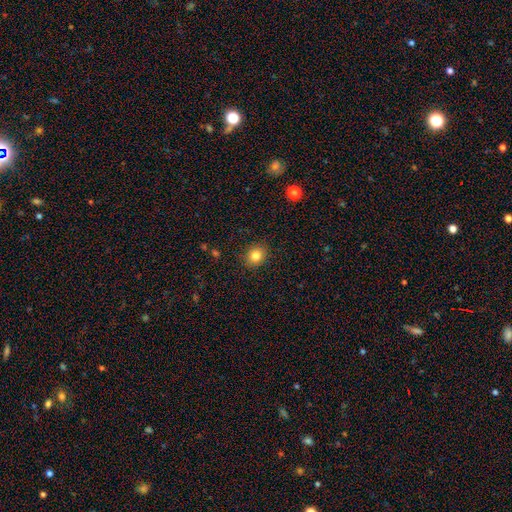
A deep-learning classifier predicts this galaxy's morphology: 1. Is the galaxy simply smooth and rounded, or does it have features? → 83% smooth, 11% star or artifact, 6% featured or disk.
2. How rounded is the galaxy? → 71% round, 28% in between, 1% cigar-shaped.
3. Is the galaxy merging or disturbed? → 89% none, 8% minor disturbance, 2% major disturbance, 1% merger.